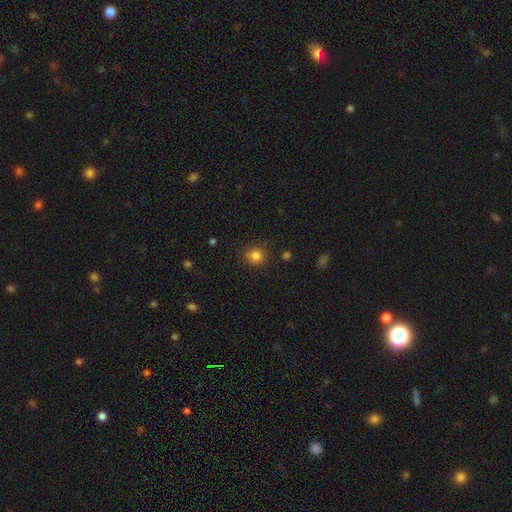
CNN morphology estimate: Overall: smooth (81%). How rounded: round (89%). Merging: none (81%).